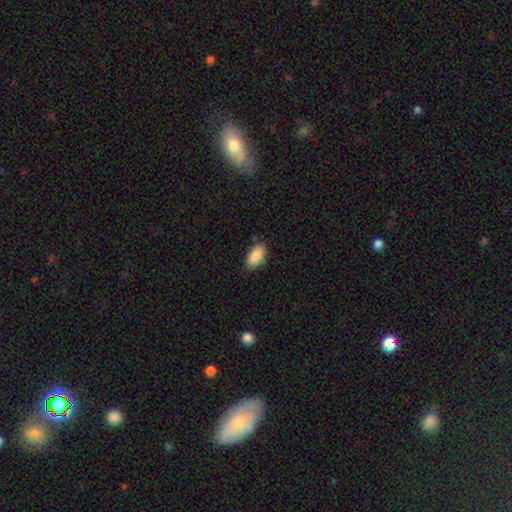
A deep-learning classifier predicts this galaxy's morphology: Smooth or featured? smooth (88%)
How rounded? in between (94%)
Merging? none (80%)